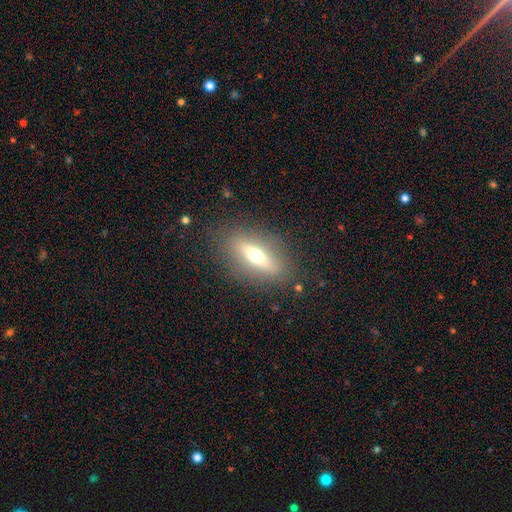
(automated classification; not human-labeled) smooth_or_featured: featured or disk (p=0.46) [alt: smooth p=0.44]
merging: none (p=0.84) [alt: minor disturbance p=0.10]